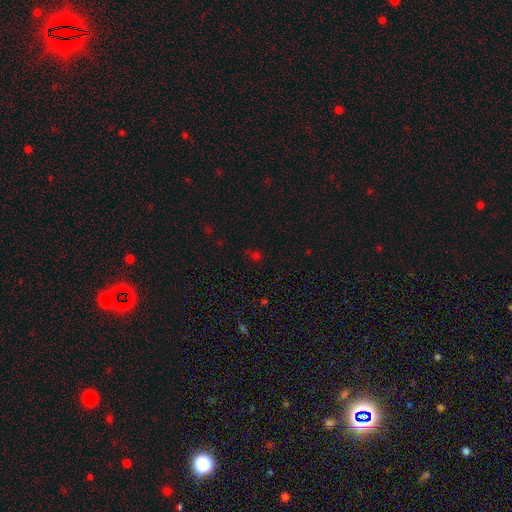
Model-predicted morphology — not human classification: Q: Smooth or featured?
A: star or artifact (49%); runner-up: smooth (44%)